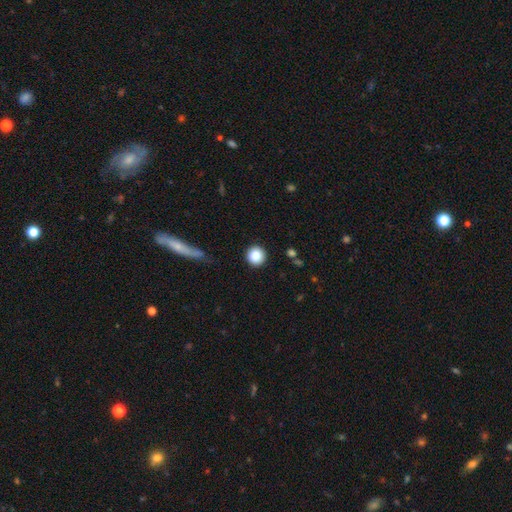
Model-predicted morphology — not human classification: smooth 87%, star or artifact 9%, featured or disk 4%. Down the decision tree: how rounded — round (94%); merging — none (89%).